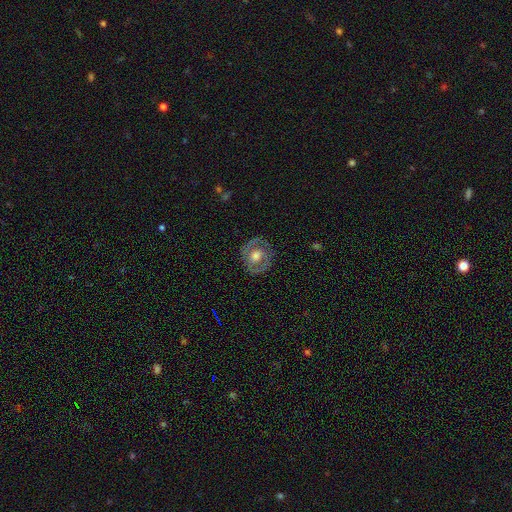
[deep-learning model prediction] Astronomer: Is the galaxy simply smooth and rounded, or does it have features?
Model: featured or disk — 66%.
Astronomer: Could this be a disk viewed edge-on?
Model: no — 96%.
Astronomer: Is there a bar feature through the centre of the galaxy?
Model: no — 68%.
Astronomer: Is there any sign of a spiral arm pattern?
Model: yes — 56% (runner-up: no, 44%).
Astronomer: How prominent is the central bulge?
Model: moderate — 62%.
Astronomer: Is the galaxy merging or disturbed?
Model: none — 79%.